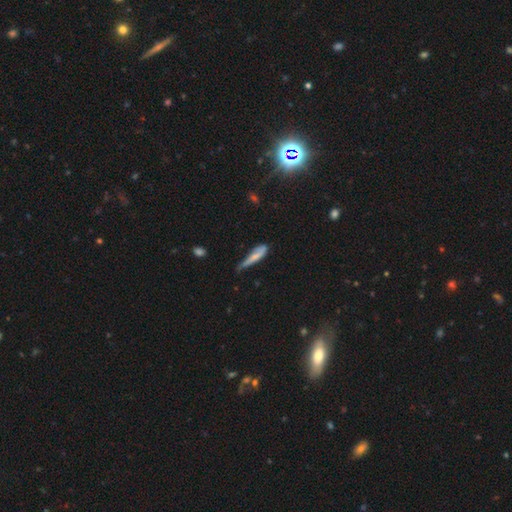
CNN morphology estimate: Q: Smooth or featured?
A: smooth (65%); runner-up: featured or disk (28%)
Q: How rounded?
A: cigar-shaped (75%); runner-up: in between (23%)
Q: Merging?
A: minor disturbance (44%); runner-up: none (29%)